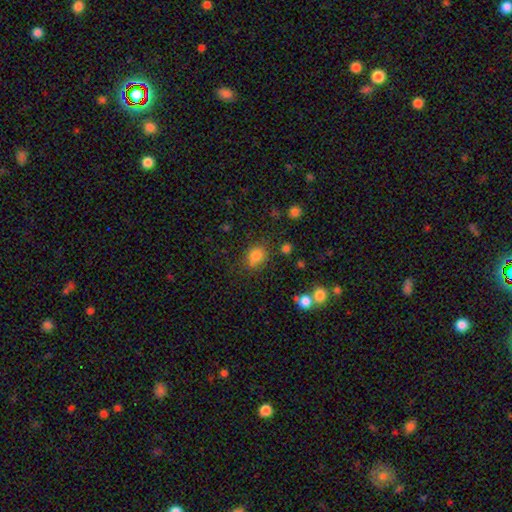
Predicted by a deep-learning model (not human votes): This appears to be a smooth galaxy with no disk features (80%) that is round (53%). Merging: none (71%).